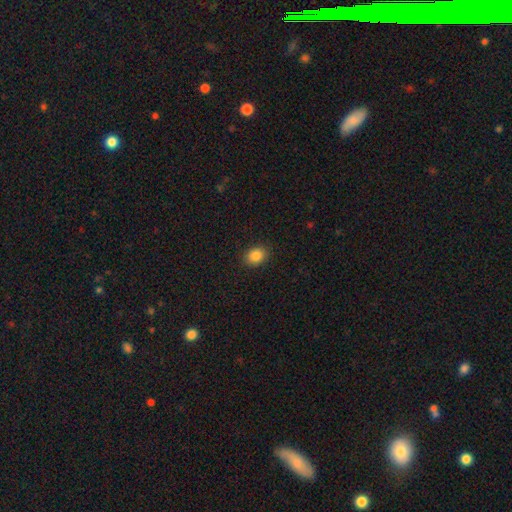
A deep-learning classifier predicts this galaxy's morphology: Overall: smooth (86%). How rounded: in between (55%; round 44%). Merging: none (87%).